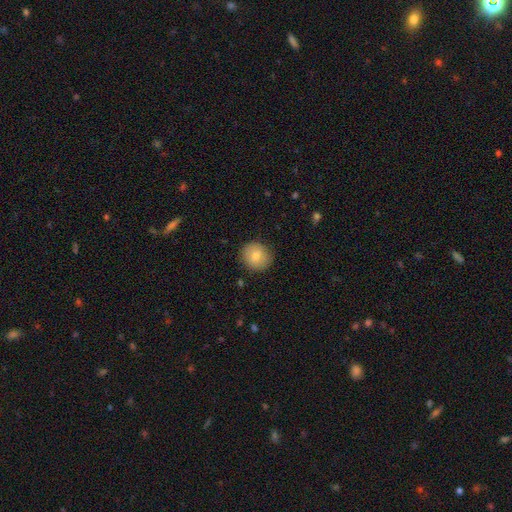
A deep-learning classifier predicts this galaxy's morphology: A smooth galaxy with no disk features (81%) that is round (86%). Merging: none (88%).